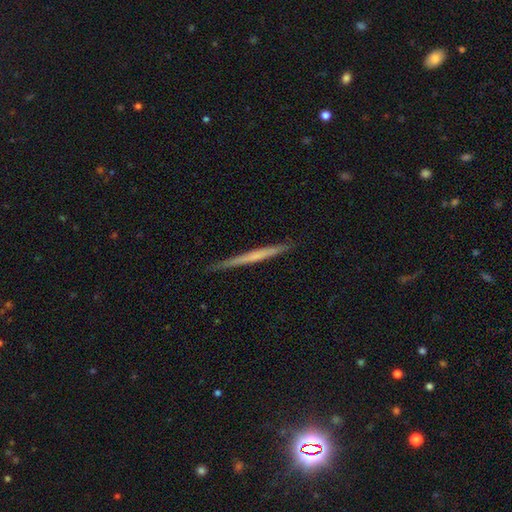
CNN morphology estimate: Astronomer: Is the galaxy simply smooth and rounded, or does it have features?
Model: featured or disk — 53% (runner-up: smooth, 41%).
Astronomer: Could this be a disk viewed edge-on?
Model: yes — 98%.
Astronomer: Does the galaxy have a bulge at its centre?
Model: none — 83%.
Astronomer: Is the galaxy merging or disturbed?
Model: none — 90%.